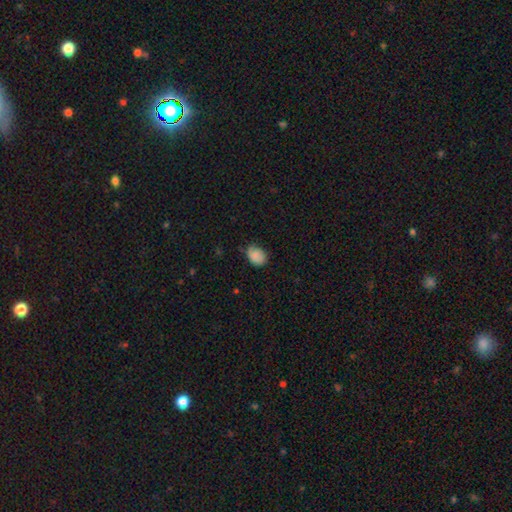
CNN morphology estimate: smooth-or-featured: smooth: 86% | star or artifact: 8% | featured or disk: 7%
  how-rounded: in between: 70% | round: 29% | cigar-shaped: 1%
  merging: none: 60% | minor disturbance: 33% | major disturbance: 6% | merger: 1%